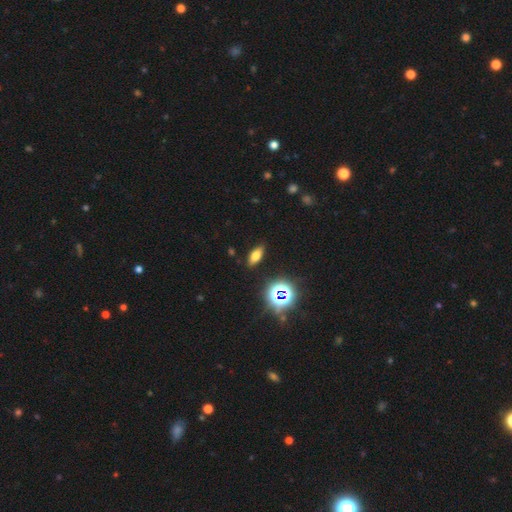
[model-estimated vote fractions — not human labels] This appears to be a smooth galaxy with no disk features (66%) that is in between round and cigar-shaped (75%). Merging: none (88%).